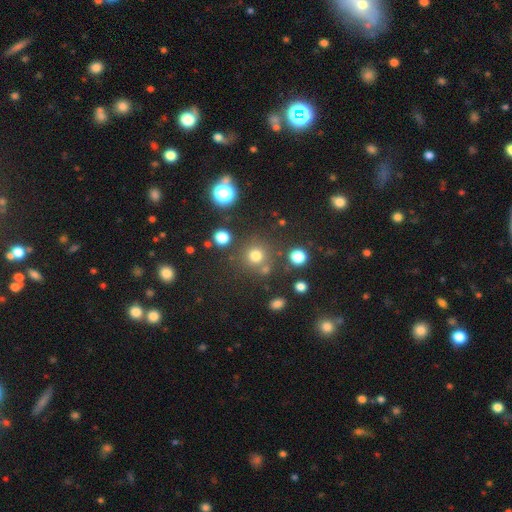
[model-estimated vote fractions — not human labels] A smooth galaxy with no disk features (74%) that is round (92%).

Vote fractions:
- Smooth or featured? smooth: 74% / star or artifact: 19% / featured or disk: 7%
- How rounded? round: 92% / in between: 7% / cigar-shaped: 1%
- Merging? none: 77% / merger: 10% / minor disturbance: 9% / major disturbance: 4%